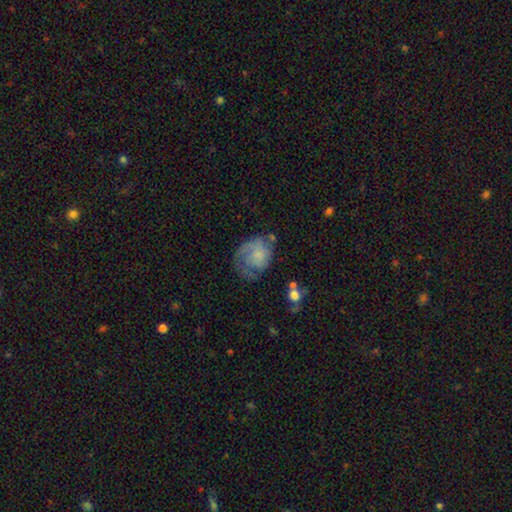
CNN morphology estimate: smooth-or-featured: featured or disk: 48% | smooth: 43% | star or artifact: 8%
  merging: none: 41% | major disturbance: 28% | minor disturbance: 27% | merger: 3%